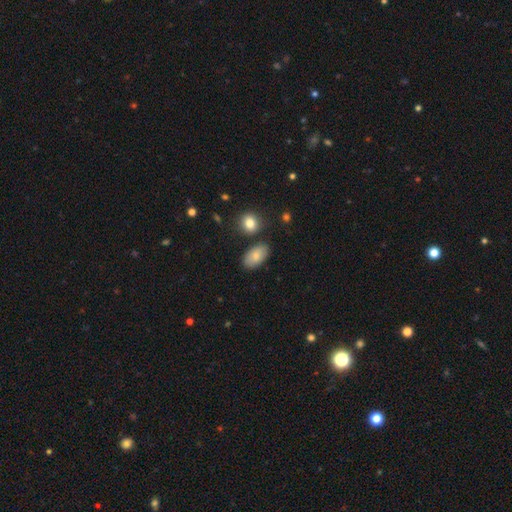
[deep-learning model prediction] A smooth galaxy with no disk features (83%) that is in between round and cigar-shaped (93%). Merging: none (79%).